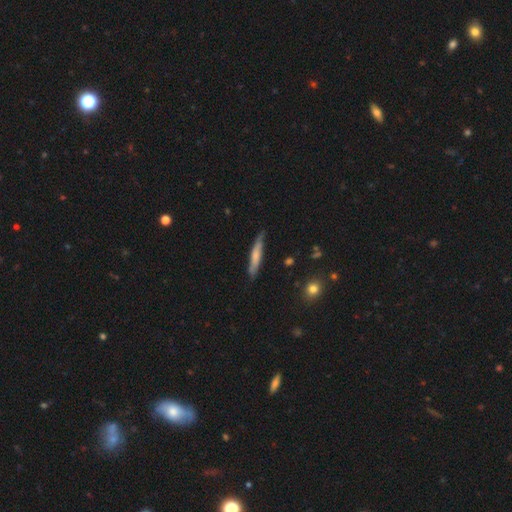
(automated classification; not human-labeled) Smooth or featured?
  - smooth: 59% *
  - featured or disk: 35%
  - star or artifact: 6%
How rounded?
  - cigar-shaped: 91% *
  - in between: 8%
  - round: 2%
Merging?
  - none: 76% *
  - minor disturbance: 19%
  - major disturbance: 3%
  - merger: 2%